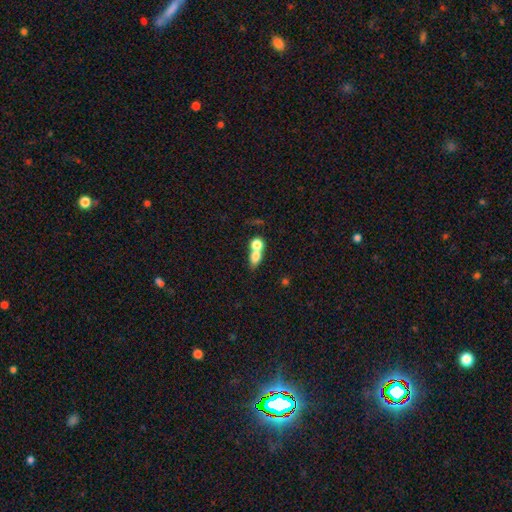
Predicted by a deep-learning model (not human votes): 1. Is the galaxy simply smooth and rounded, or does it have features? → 73% smooth, 16% featured or disk, 11% star or artifact.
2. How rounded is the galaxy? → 55% in between, 39% round, 6% cigar-shaped.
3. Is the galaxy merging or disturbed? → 61% merger, 28% none, 7% minor disturbance, 5% major disturbance.